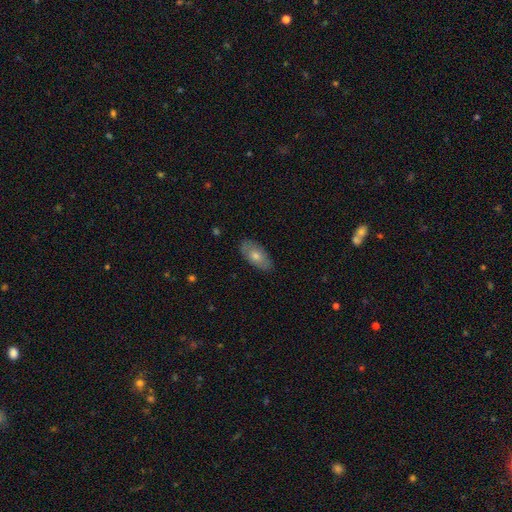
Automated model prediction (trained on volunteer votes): smooth-or-featured: smooth: 62% | featured or disk: 30% | star or artifact: 8%
  how-rounded: in between: 90% | cigar-shaped: 7% | round: 3%
  merging: none: 85% | minor disturbance: 11% | major disturbance: 2% | merger: 1%